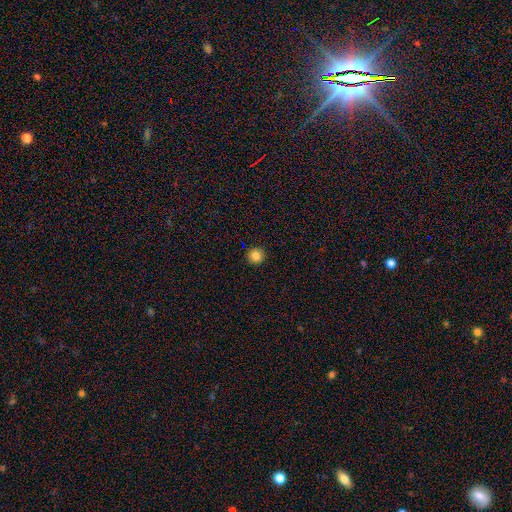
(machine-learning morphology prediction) smooth 83%, star or artifact 11%, featured or disk 5%. Down the decision tree: how rounded — round (95%); merging — none (92%).